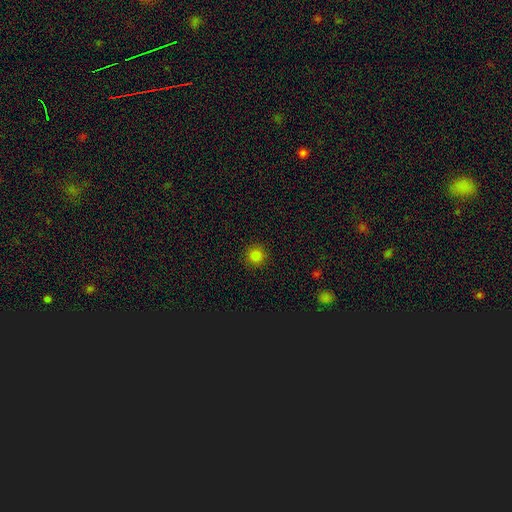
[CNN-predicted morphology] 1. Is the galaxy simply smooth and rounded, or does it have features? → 84% smooth, 13% star or artifact, 3% featured or disk.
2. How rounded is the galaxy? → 95% round, 5% in between, 1% cigar-shaped.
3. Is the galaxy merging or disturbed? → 91% none, 6% minor disturbance, 2% major disturbance, 1% merger.